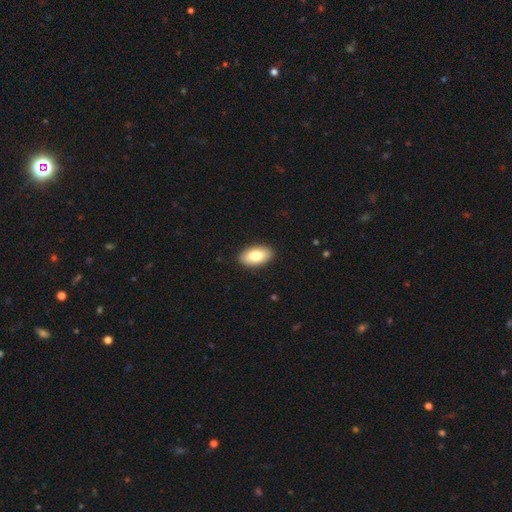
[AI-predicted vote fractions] This appears to be a smooth galaxy with no disk features (80%) that is in between round and cigar-shaped (94%). Merging: none (90%).